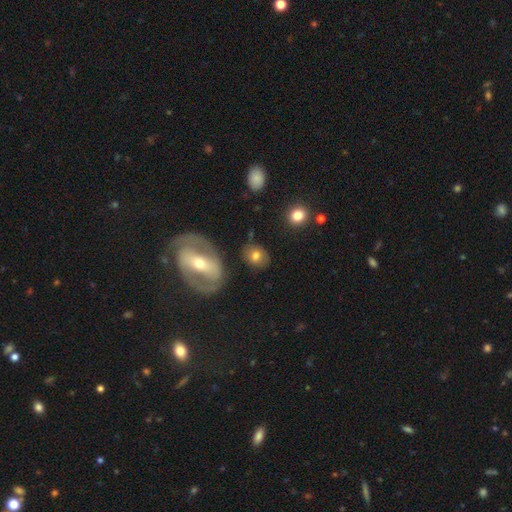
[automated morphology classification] Smooth or featured: smooth — 69% (featured or disk — 22%)
How rounded: round — 65% (in between — 34%)
Merging: none — 79% (minor disturbance — 12%)